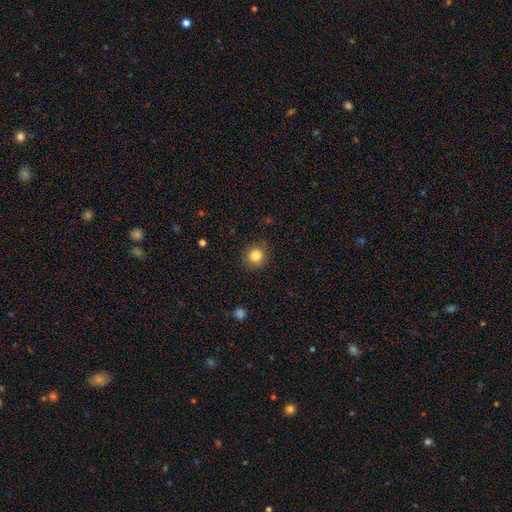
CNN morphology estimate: Q: Smooth or featured?
A: smooth (83%); runner-up: star or artifact (11%)
Q: How rounded?
A: round (89%); runner-up: in between (10%)
Q: Merging?
A: none (88%); runner-up: minor disturbance (8%)